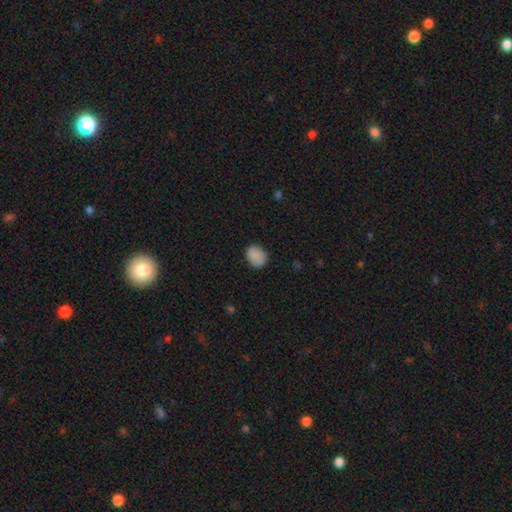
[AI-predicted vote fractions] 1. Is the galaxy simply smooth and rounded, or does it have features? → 88% smooth, 9% star or artifact, 3% featured or disk.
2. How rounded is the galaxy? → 57% in between, 42% round, 1% cigar-shaped.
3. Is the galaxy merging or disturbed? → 84% none, 13% minor disturbance, 3% major disturbance, 1% merger.